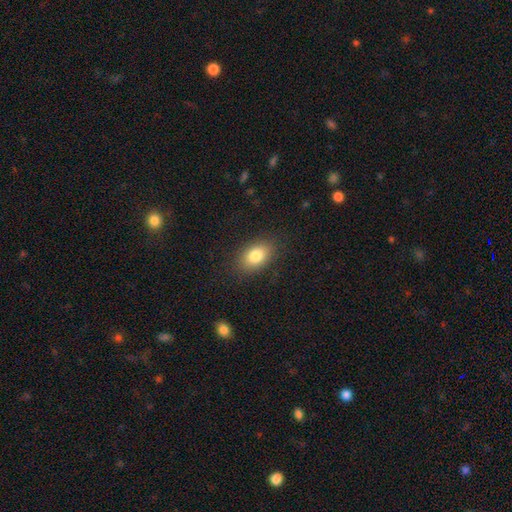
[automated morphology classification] Smooth or featured: smooth — 82% (featured or disk — 9%)
How rounded: in between — 88% (round — 10%)
Merging: none — 86% (minor disturbance — 10%)